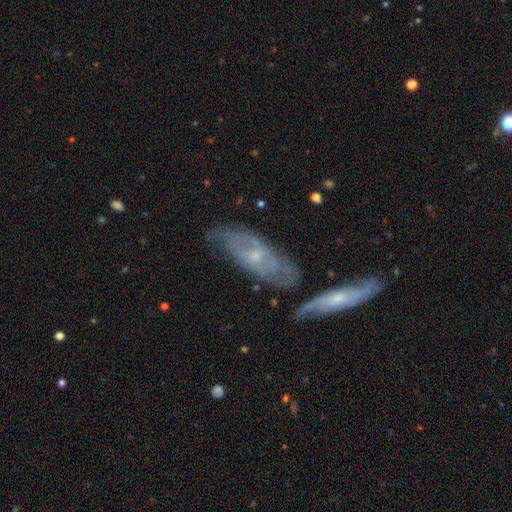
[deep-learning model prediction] Smooth or featured? Predicted: featured or disk (p=0.68). Edge-on disk? Predicted: no (p=0.84). Bar? Predicted: no (p=0.67). Spiral arms? Predicted: yes (p=0.75). Bulge size? Predicted: small (p=0.71). Merging? Predicted: none (p=0.59).